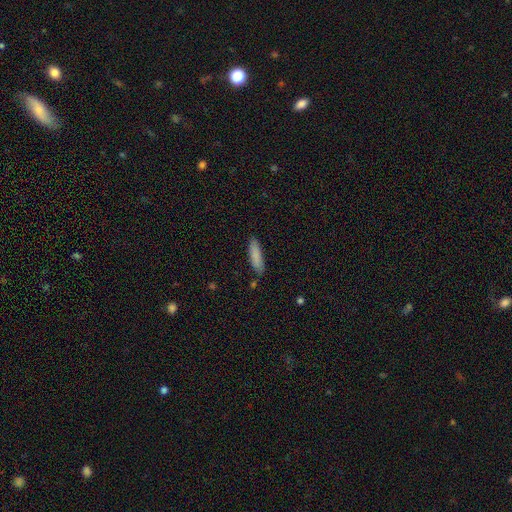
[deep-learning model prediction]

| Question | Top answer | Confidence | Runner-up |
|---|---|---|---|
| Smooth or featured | smooth | 85% | featured or disk (8%) |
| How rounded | cigar-shaped | 69% | in between (29%) |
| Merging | none | 84% | minor disturbance (12%) |